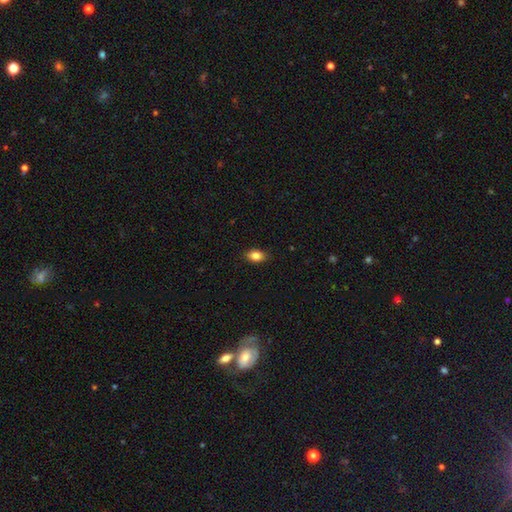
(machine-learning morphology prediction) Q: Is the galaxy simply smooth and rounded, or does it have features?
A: smooth — 84%.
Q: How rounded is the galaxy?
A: in between — 80%.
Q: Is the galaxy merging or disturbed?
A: none — 87%.